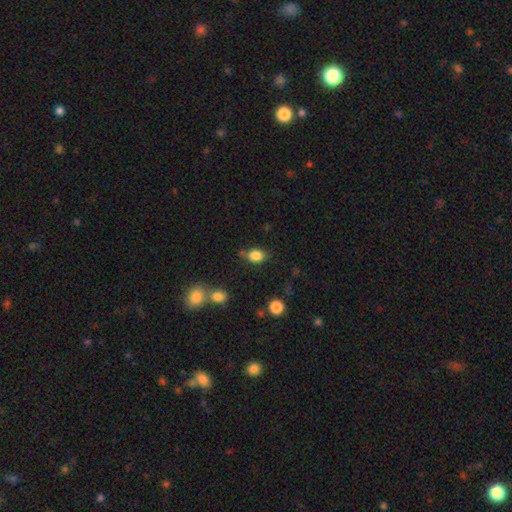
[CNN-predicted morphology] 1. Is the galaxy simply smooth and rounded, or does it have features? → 85% smooth, 10% star or artifact, 5% featured or disk.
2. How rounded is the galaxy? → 63% in between, 35% round, 1% cigar-shaped.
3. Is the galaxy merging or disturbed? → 72% none, 18% minor disturbance, 6% merger, 5% major disturbance.